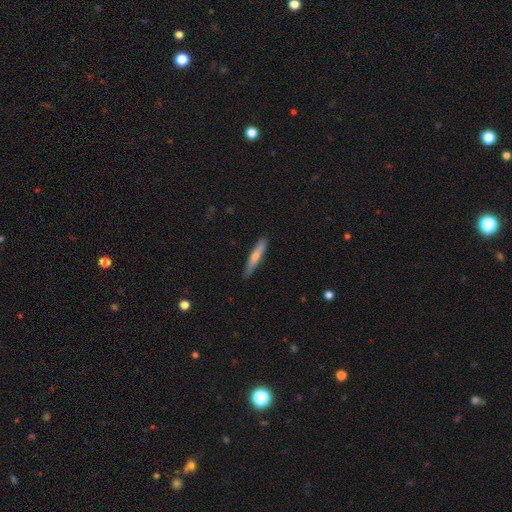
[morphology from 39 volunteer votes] Volunteers were most divided on "smooth or featured": smooth: 67%, featured or disk: 31%, star or artifact: 3%. More confident: how rounded — cigar-shaped (100%); merging — none (92%).